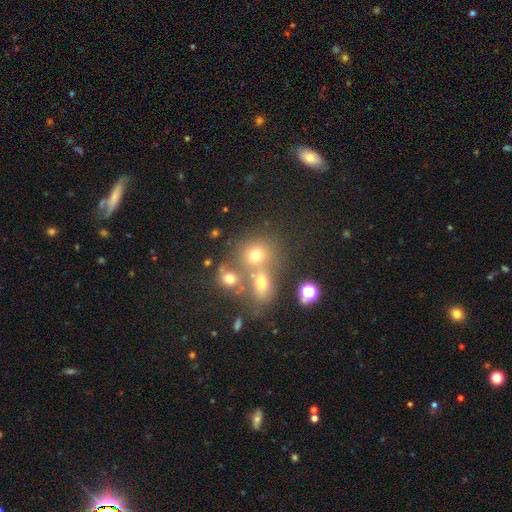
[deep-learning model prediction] A smooth galaxy with no disk features (63%) that is round (73%).

Vote fractions:
- Smooth or featured? smooth: 63% / star or artifact: 22% / featured or disk: 15%
- How rounded? round: 73% / in between: 26% / cigar-shaped: 1%
- Merging? none: 45% / merger: 41% / minor disturbance: 9% / major disturbance: 5%